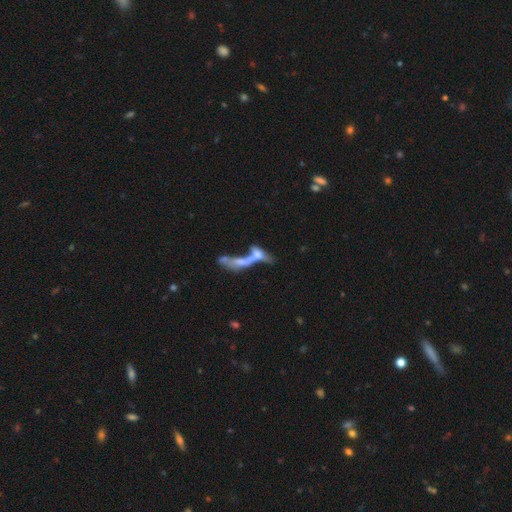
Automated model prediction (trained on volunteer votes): Smooth or featured: featured or disk — 49% (smooth — 39%)
Merging: merger — 68% (major disturbance — 14%)